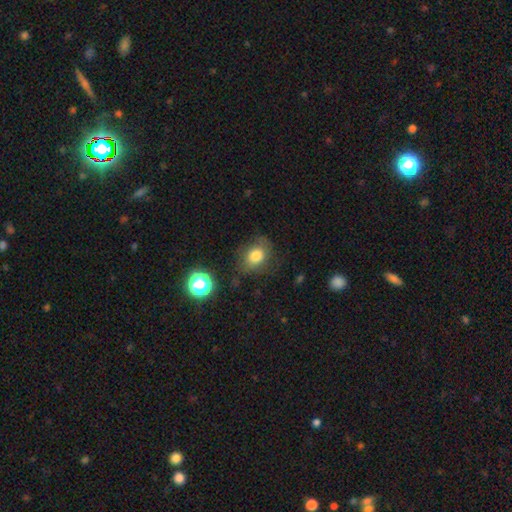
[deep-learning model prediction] This is likely a smooth galaxy (76%). How rounded: possibly in between (51%). Merging: likely none (70%).